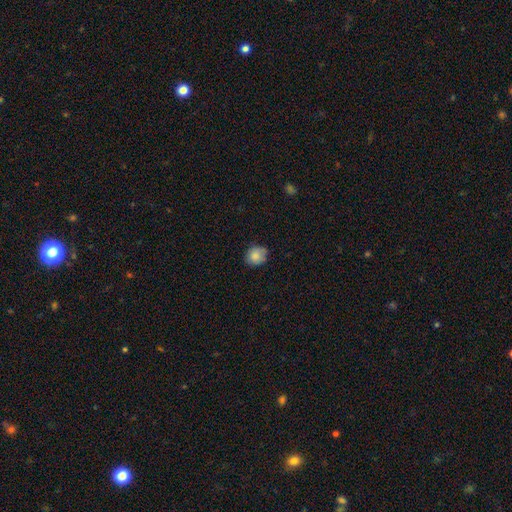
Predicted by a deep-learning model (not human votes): Smooth or featured? Predicted: smooth (p=0.84). How rounded? Predicted: round (p=0.75). Merging? Predicted: none (p=0.73).